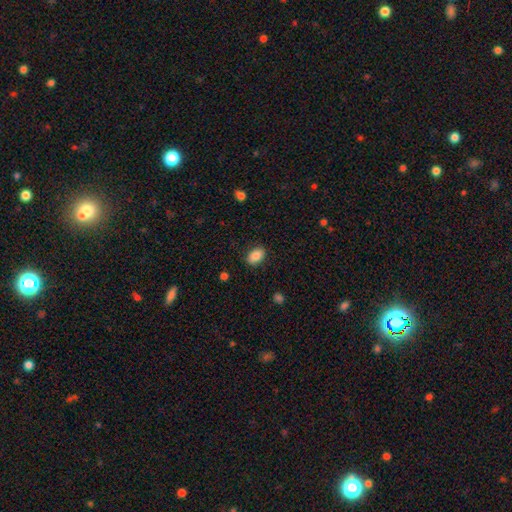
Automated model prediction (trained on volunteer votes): Q: Smooth or featured?
A: smooth (85%); runner-up: star or artifact (8%)
Q: How rounded?
A: in between (89%); runner-up: round (10%)
Q: Merging?
A: none (86%); runner-up: minor disturbance (10%)